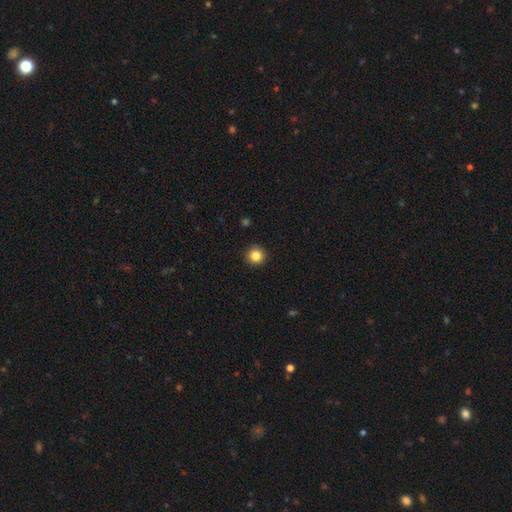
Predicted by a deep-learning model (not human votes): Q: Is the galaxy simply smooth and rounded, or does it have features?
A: smooth — 85%.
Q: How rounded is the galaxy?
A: round — 96%.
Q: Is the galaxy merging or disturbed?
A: none — 93%.